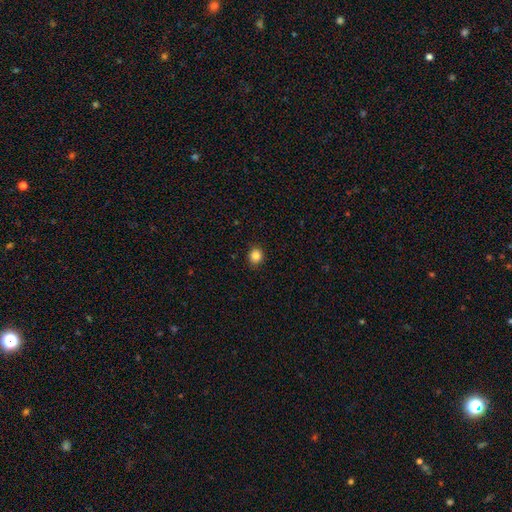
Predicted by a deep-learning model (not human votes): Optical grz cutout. It shows a smooth galaxy with no disk features (85%) that is round (81%). Merging: none (90%).